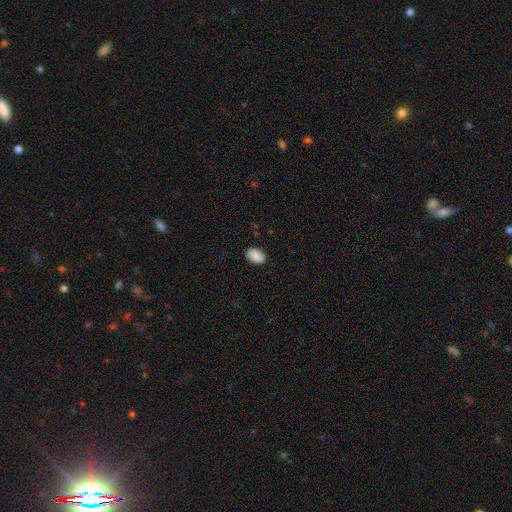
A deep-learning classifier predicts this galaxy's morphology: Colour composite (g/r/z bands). It shows a smooth galaxy with no disk features (81%) that is in between round and cigar-shaped (86%). Merging: none (83%).